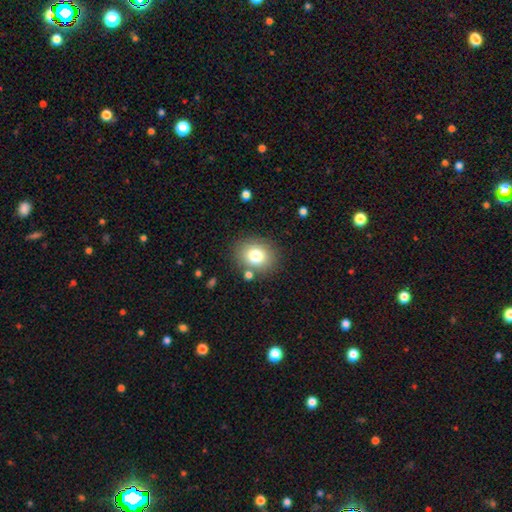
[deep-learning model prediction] A smooth galaxy with no disk features (78%) that is round (58%).

Vote fractions:
- Smooth or featured? smooth: 78% / featured or disk: 11% / star or artifact: 11%
- How rounded? round: 58% / in between: 41% / cigar-shaped: 1%
- Merging? none: 82% / minor disturbance: 10% / merger: 4% / major disturbance: 3%